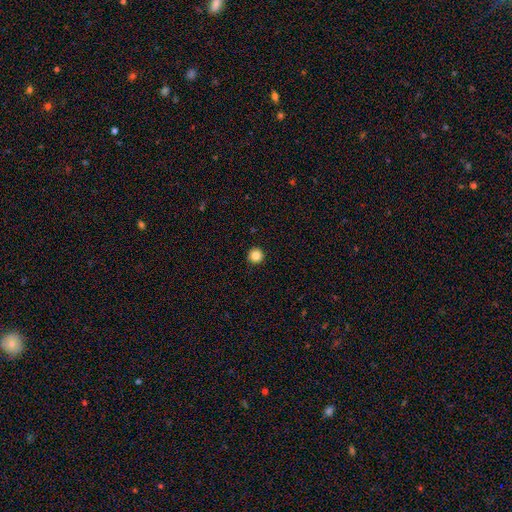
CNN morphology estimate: Smooth or featured?
  - smooth: 85% *
  - star or artifact: 11%
  - featured or disk: 4%
How rounded?
  - round: 96% *
  - in between: 3%
  - cigar-shaped: 1%
Merging?
  - none: 93% *
  - minor disturbance: 4%
  - major disturbance: 1%
  - merger: 1%